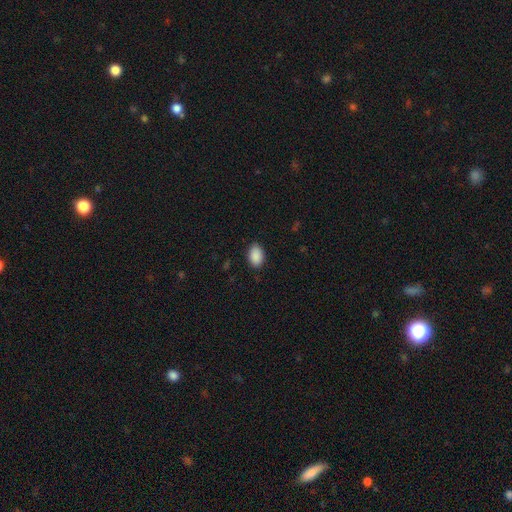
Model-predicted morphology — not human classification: smooth_or_featured: smooth (p=0.90) [alt: star or artifact p=0.07]
how_rounded: in between (p=0.88) [alt: round p=0.11]
merging: none (p=0.86) [alt: minor disturbance p=0.10]